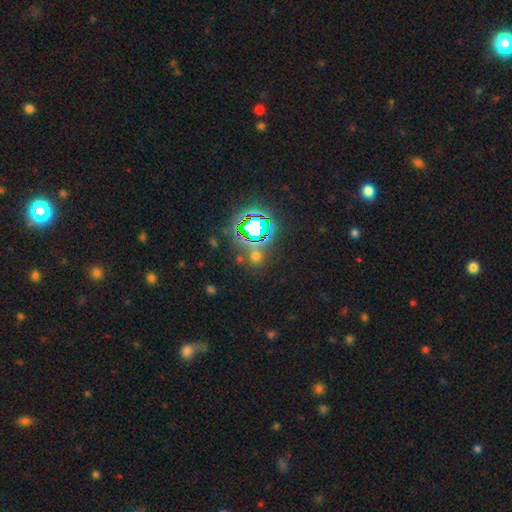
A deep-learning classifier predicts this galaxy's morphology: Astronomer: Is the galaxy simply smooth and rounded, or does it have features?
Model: star or artifact — 52% (runner-up: smooth, 40%).